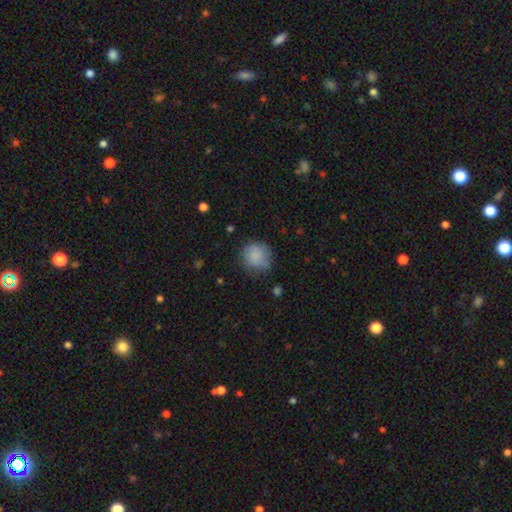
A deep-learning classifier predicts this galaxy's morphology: smooth_or_featured: smooth (p=0.83) [alt: featured or disk p=0.09]
how_rounded: round (p=0.88) [alt: in between p=0.11]
merging: none (p=0.68) [alt: minor disturbance p=0.23]